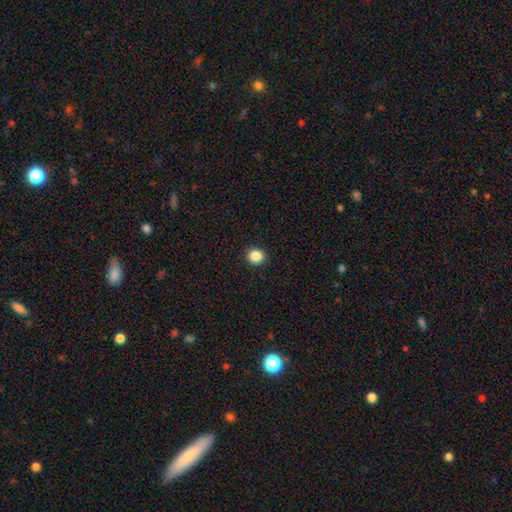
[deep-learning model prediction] Morphology: type=smooth (86%); roundness=round (87%); merging=none (93%).